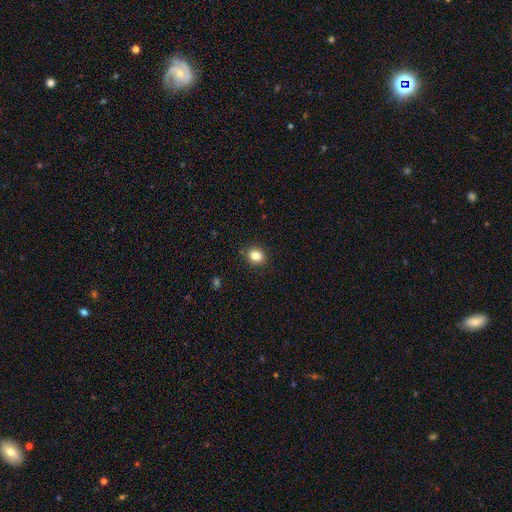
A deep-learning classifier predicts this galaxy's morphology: Smooth or featured? Predicted: smooth (p=0.83). How rounded? Predicted: round (p=0.58). Merging? Predicted: none (p=0.90).